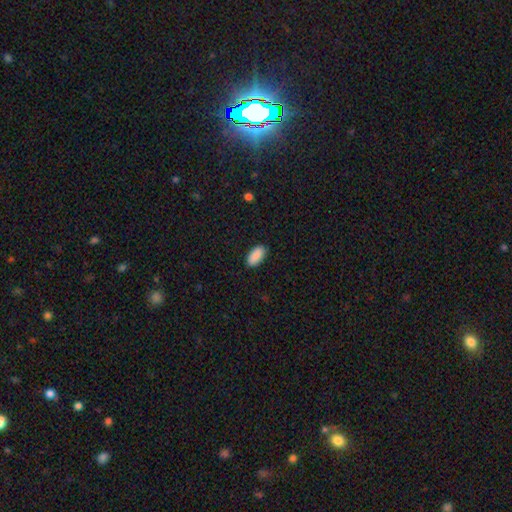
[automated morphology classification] Smooth or featured: smooth — 90% (star or artifact — 6%)
How rounded: in between — 92% (cigar-shaped — 6%)
Merging: none — 89% (minor disturbance — 8%)